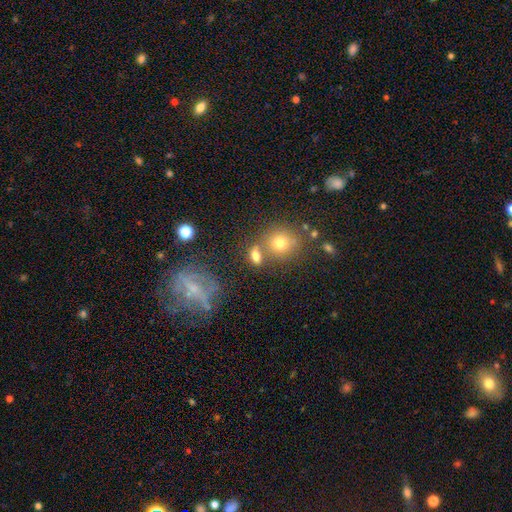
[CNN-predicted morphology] Smooth or featured? Predicted: smooth (p=0.72). How rounded? Predicted: in between (p=0.60). Merging? Predicted: none (p=0.54).